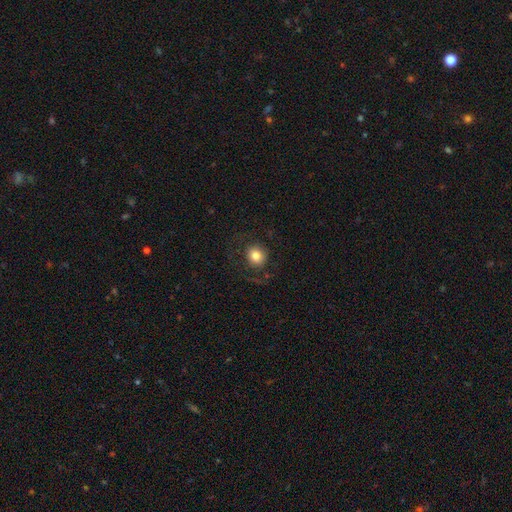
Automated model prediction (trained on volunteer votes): smooth_or_featured: smooth (p=0.77) [alt: featured or disk p=0.13]
how_rounded: round (p=0.87) [alt: in between p=0.12]
merging: none (p=0.76) [alt: major disturbance p=0.11]